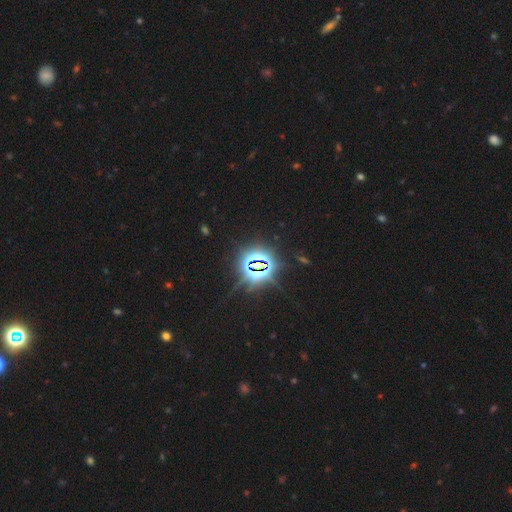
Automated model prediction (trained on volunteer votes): smooth_or_featured: star or artifact (p=0.83) [alt: smooth p=0.10]